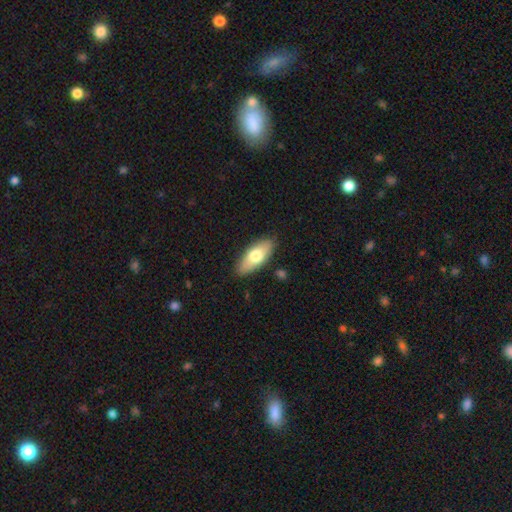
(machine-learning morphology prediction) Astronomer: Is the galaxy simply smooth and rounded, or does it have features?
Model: smooth — 69%.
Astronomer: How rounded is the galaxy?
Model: in between — 78%.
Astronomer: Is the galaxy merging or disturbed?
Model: none — 87%.